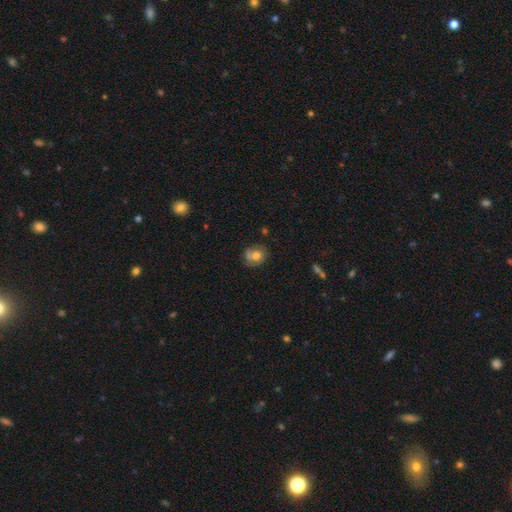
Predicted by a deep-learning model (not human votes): Smooth or featured?
  - smooth: 50% *
  - featured or disk: 40%
  - star or artifact: 9%
How rounded?
  - round: 62% *
  - in between: 37%
  - cigar-shaped: 1%
Merging?
  - none: 61% *
  - minor disturbance: 25%
  - major disturbance: 10%
  - merger: 4%